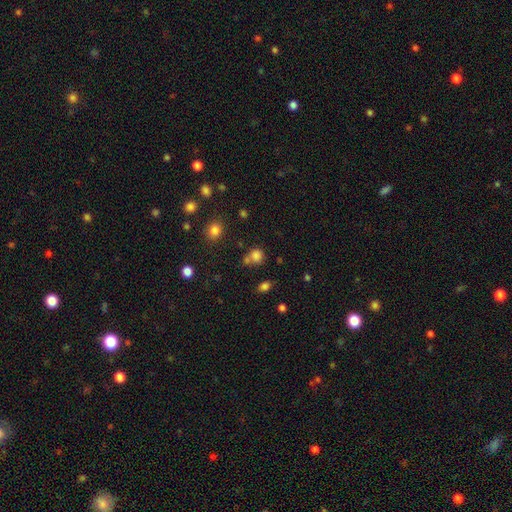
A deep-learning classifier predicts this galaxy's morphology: Smooth or featured?
  - smooth: 79% *
  - star or artifact: 15%
  - featured or disk: 6%
How rounded?
  - round: 79% *
  - in between: 20%
  - cigar-shaped: 1%
Merging?
  - none: 56% *
  - merger: 26%
  - minor disturbance: 13%
  - major disturbance: 5%